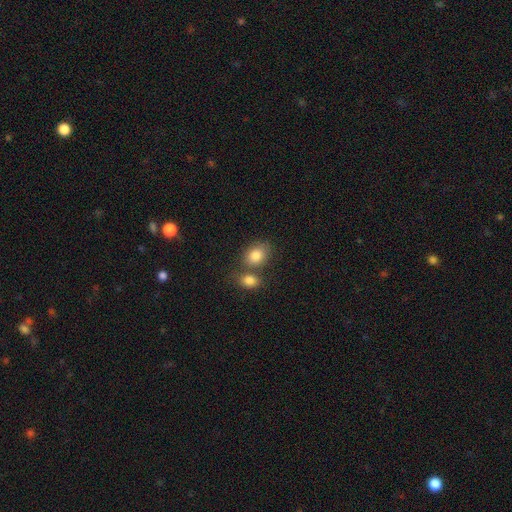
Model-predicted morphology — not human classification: smooth_or_featured: smooth (p=0.84) [alt: star or artifact p=0.08]
how_rounded: in between (p=0.69) [alt: round p=0.30]
merging: none (p=0.49) [alt: merger p=0.35]